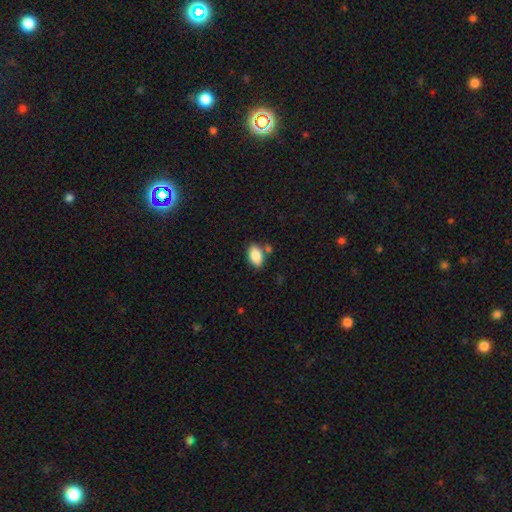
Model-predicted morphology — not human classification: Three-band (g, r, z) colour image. It shows a smooth galaxy with no disk features (87%) that is in between round and cigar-shaped (91%). Merging: none (69%).